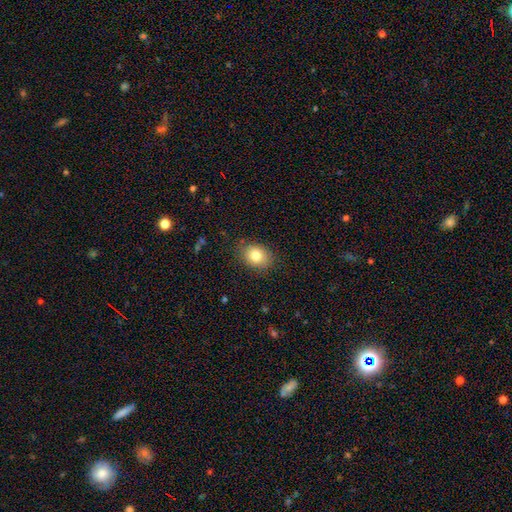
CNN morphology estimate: Overall: smooth (81%). How rounded: in between (67%; round 32%). Merging: none (84%).